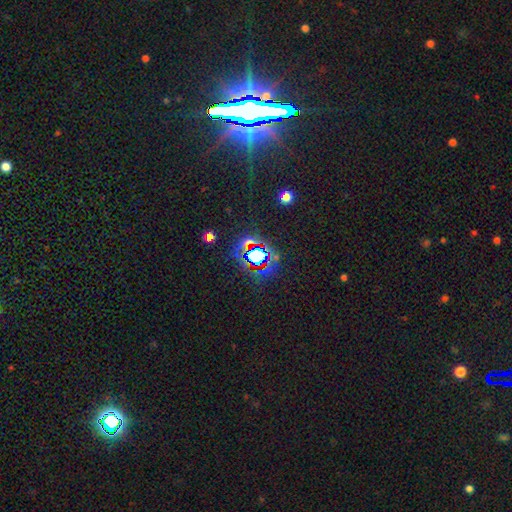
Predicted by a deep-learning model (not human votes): This is likely a star or artifact rather than a galaxy (65%).